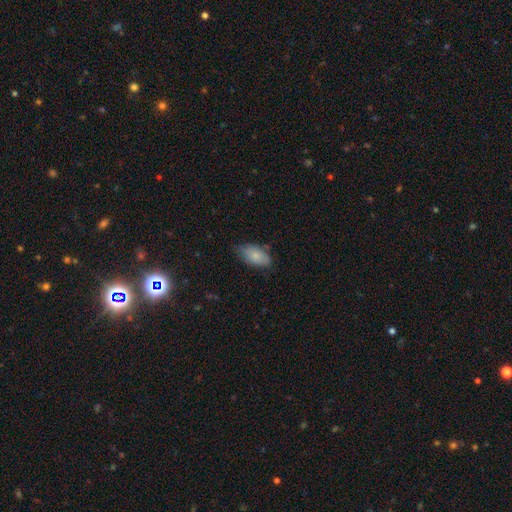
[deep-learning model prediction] Smooth or featured? Predicted: smooth (p=0.81). How rounded? Predicted: in between (p=0.93). Merging? Predicted: none (p=0.64).